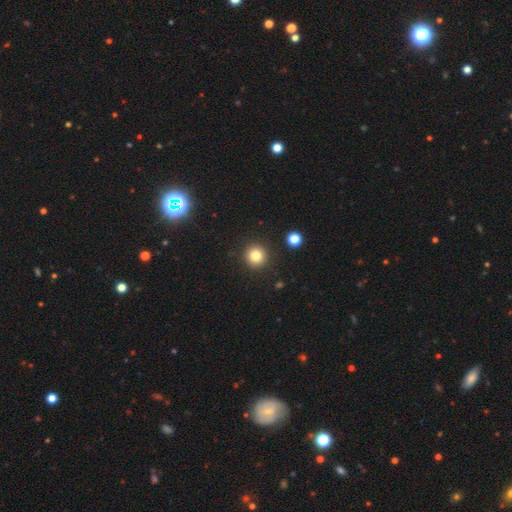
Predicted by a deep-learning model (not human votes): smooth-or-featured: smooth: 81% | star or artifact: 12% | featured or disk: 7%
  how-rounded: round: 95% | in between: 4% | cigar-shaped: 1%
  merging: none: 91% | minor disturbance: 5% | major disturbance: 2% | merger: 2%